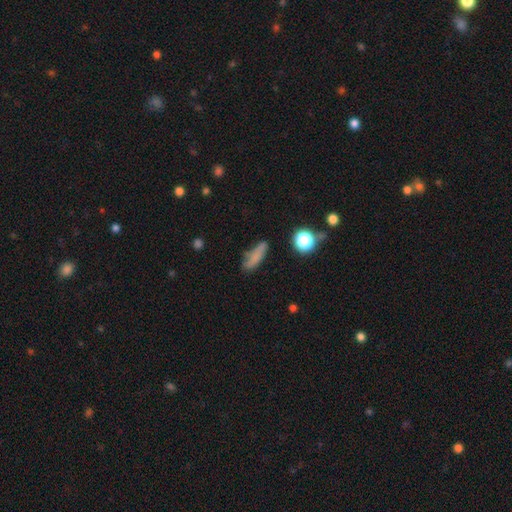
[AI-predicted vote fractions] A smooth galaxy with no disk features (72%) that is cigar-shaped (52%). Merging: none (64%).